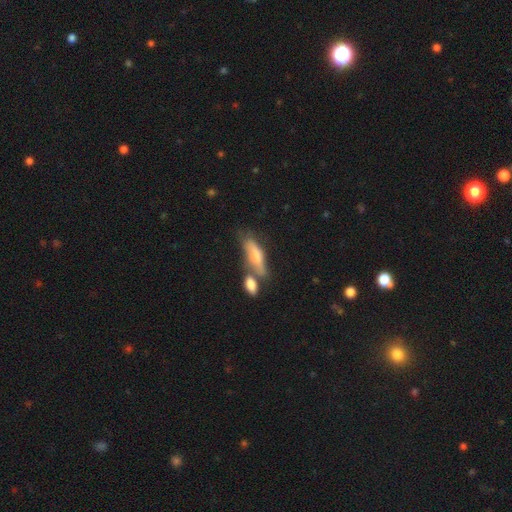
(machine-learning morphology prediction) Smooth or featured: smooth — 63% (featured or disk — 30%)
How rounded: in between — 53% (cigar-shaped — 44%)
Merging: none — 39% (merger — 33%)